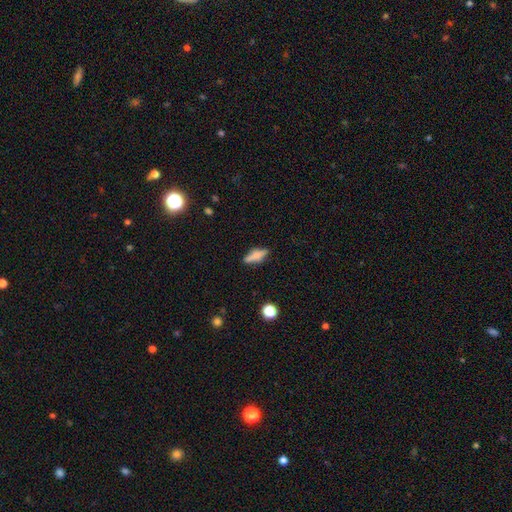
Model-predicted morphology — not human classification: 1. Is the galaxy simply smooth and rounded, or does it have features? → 64% smooth, 27% featured or disk, 9% star or artifact.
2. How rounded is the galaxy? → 50% cigar-shaped, 46% in between, 4% round.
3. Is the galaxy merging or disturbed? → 76% none, 16% minor disturbance, 4% major disturbance, 3% merger.